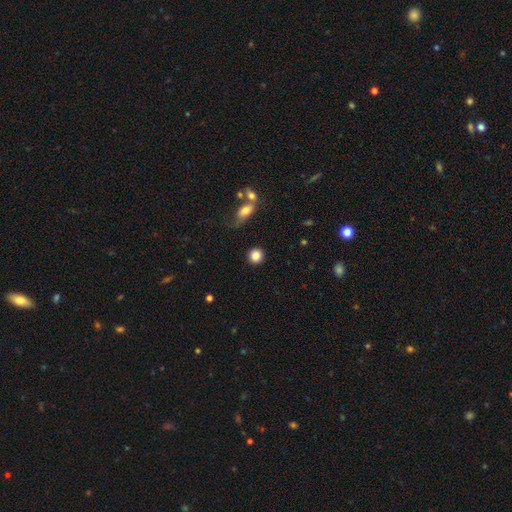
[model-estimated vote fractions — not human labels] A smooth galaxy with no disk features (85%) that is round (91%).

Vote fractions:
- Smooth or featured? smooth: 85% / star or artifact: 9% / featured or disk: 5%
- How rounded? round: 91% / in between: 8% / cigar-shaped: 1%
- Merging? none: 86% / minor disturbance: 7% / major disturbance: 3% / merger: 3%